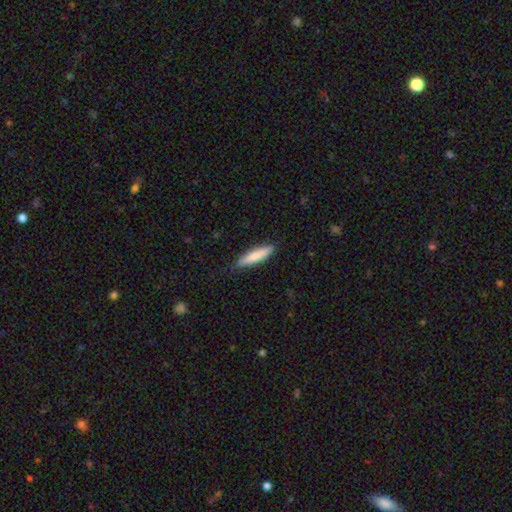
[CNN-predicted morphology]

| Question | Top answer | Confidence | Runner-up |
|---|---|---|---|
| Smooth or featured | smooth | 76% | featured or disk (19%) |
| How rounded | cigar-shaped | 81% | in between (17%) |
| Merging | none | 83% | minor disturbance (13%) |